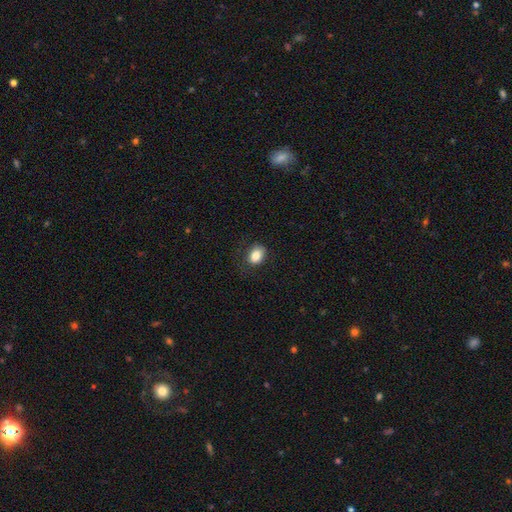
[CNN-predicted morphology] Smooth or featured? Predicted: smooth (p=0.84). How rounded? Predicted: in between (p=0.69). Merging? Predicted: none (p=0.78).